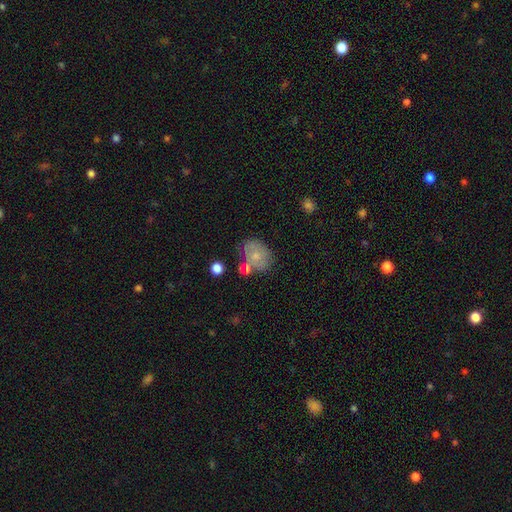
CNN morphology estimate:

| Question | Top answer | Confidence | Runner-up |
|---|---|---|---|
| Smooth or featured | smooth | 61% | featured or disk (29%) |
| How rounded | in between | 57% | round (42%) |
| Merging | none | 53% | minor disturbance (22%) |